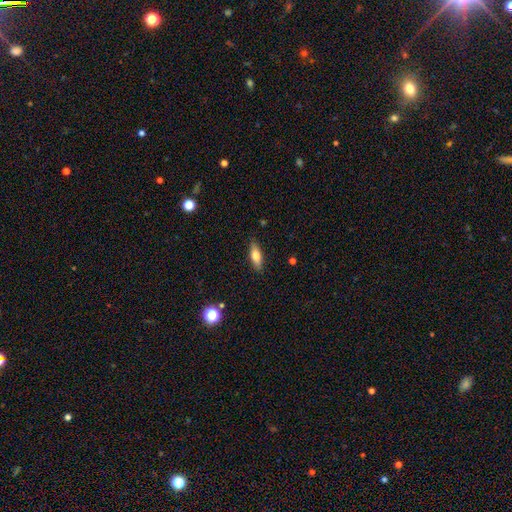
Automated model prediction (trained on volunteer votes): smooth_or_featured: smooth (p=0.69) [alt: featured or disk p=0.24]
how_rounded: in between (p=0.61) [alt: cigar-shaped p=0.36]
merging: none (p=0.86) [alt: minor disturbance p=0.11]